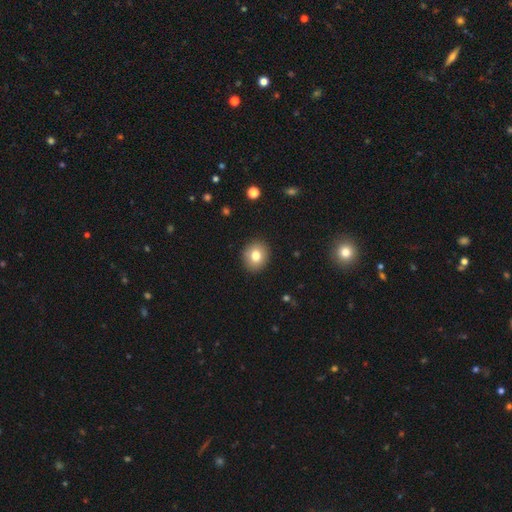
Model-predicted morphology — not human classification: Smooth or featured?
  - smooth: 79% *
  - featured or disk: 11%
  - star or artifact: 10%
How rounded?
  - round: 70% *
  - in between: 29%
  - cigar-shaped: 1%
Merging?
  - none: 90% *
  - minor disturbance: 7%
  - major disturbance: 2%
  - merger: 1%